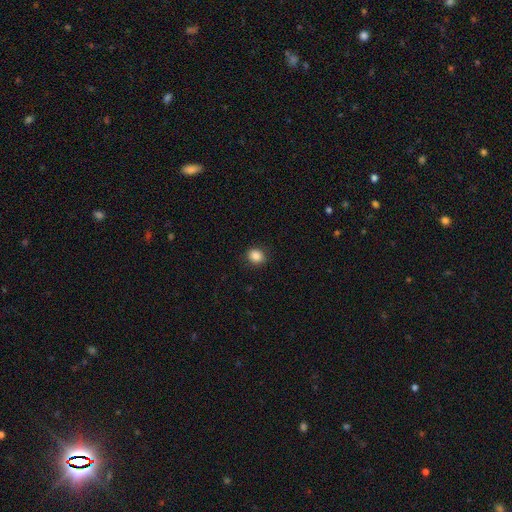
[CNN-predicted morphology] Smooth or featured: smooth — 87% (star or artifact — 10%)
How rounded: round — 69% (in between — 30%)
Merging: none — 88% (minor disturbance — 8%)